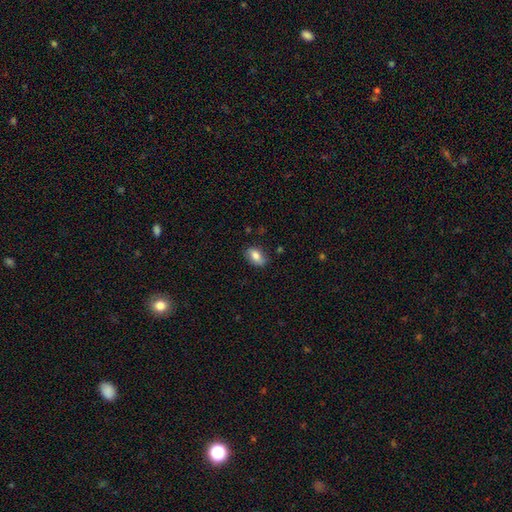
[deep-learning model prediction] smooth_or_featured: smooth (p=0.80) [alt: featured or disk p=0.13]
how_rounded: in between (p=0.88) [alt: round p=0.10]
merging: none (p=0.79) [alt: minor disturbance p=0.16]